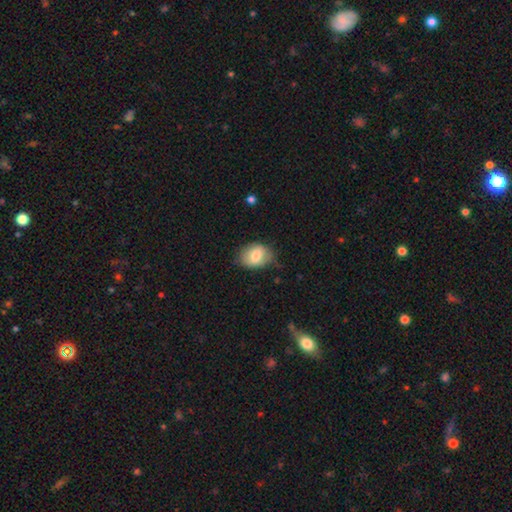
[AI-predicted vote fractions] Morphology: type=smooth (75%); roundness=in between (74%); merging=none (67%).